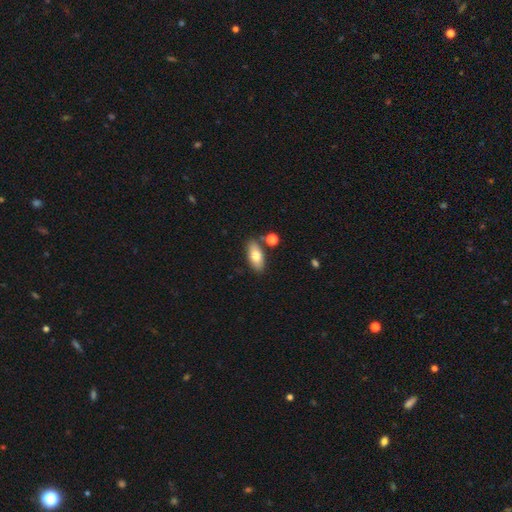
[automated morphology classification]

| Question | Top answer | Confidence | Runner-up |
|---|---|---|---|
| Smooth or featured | smooth | 75% | featured or disk (18%) |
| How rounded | in between | 86% | cigar-shaped (10%) |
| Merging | none | 78% | minor disturbance (11%) |